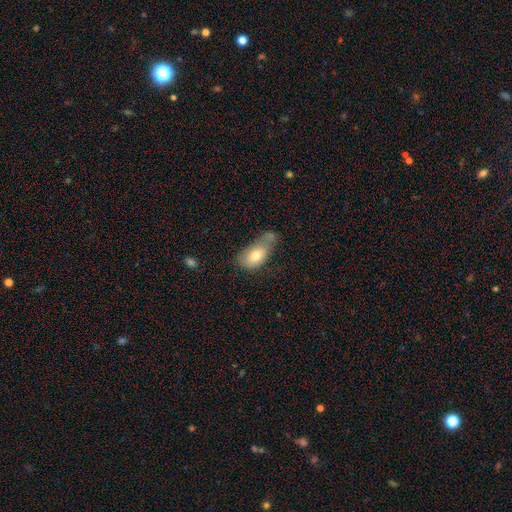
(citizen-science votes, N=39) Smooth or featured? 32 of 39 (82%) said smooth. How rounded? 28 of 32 (88%) said in between. Merging? 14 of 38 (37%) said major disturbance.